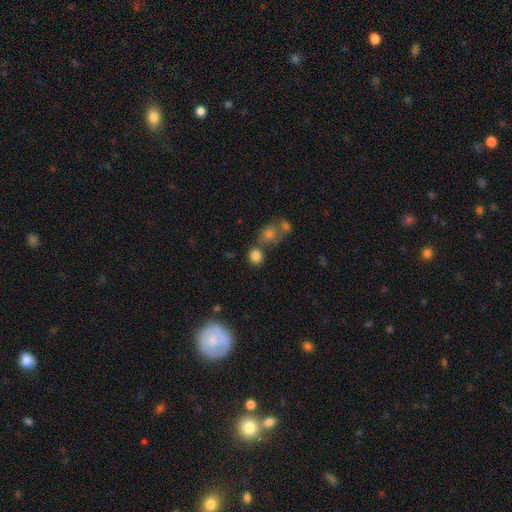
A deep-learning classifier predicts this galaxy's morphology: This appears to be a smooth galaxy with no disk features (81%) that is round (78%). Merging: none (64%).